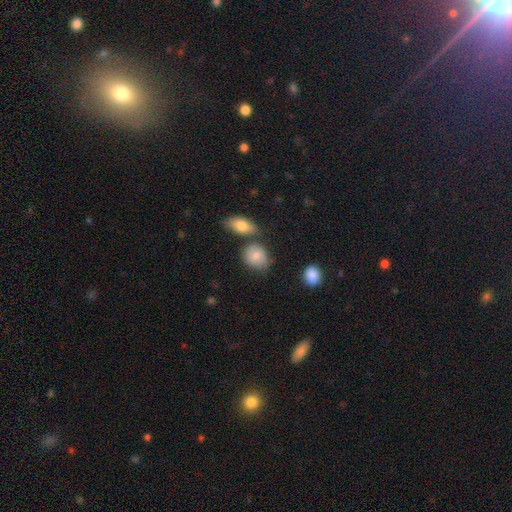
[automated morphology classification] Smooth or featured: smooth — 81% (featured or disk — 12%)
How rounded: round — 51% (in between — 47%)
Merging: none — 63% (minor disturbance — 19%)